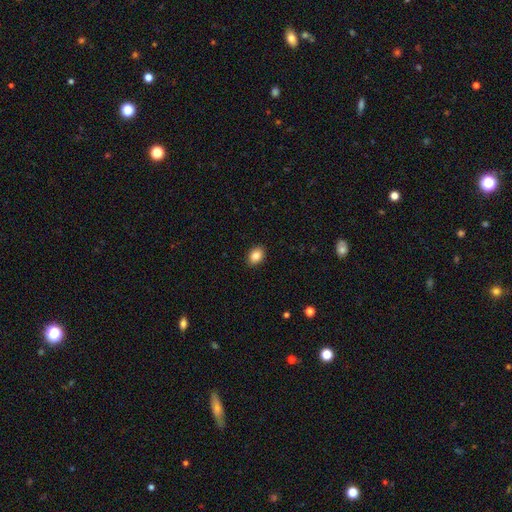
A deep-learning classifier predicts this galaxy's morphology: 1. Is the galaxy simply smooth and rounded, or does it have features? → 86% smooth, 9% star or artifact, 5% featured or disk.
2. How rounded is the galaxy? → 71% in between, 28% round, 1% cigar-shaped.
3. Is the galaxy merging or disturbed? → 90% none, 7% minor disturbance, 2% major disturbance, 1% merger.